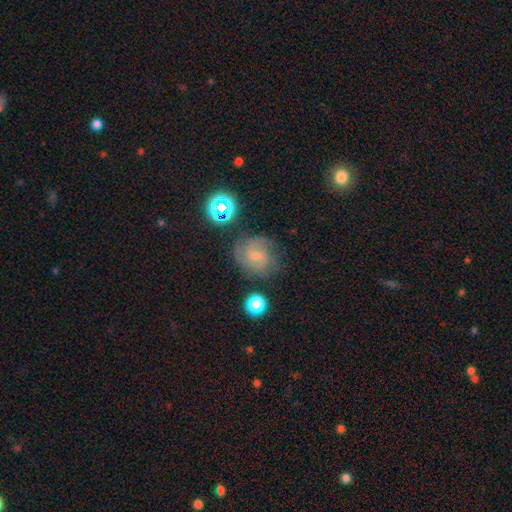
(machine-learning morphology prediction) Q: Smooth or featured?
A: featured or disk (59%); runner-up: smooth (26%)
Q: Edge-on disk?
A: no (97%); runner-up: yes (3%)
Q: Bar?
A: no (52%); runner-up: weak (41%)
Q: Spiral arms?
A: yes (91%); runner-up: no (9%)
Q: Spiral winding?
A: tight (46%); runner-up: medium (41%)
Q: Spiral arm count?
A: 2 (38%); runner-up: can't tell (30%)
Q: Bulge size?
A: small (68%); runner-up: moderate (22%)
Q: Merging?
A: none (70%); runner-up: minor disturbance (19%)